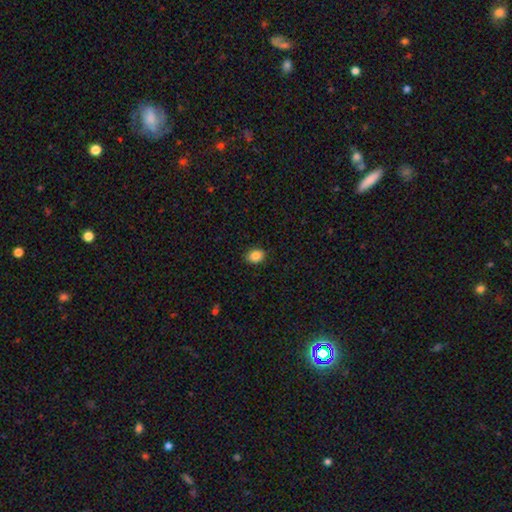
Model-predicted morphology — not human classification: Q: Smooth or featured?
A: smooth (87%); runner-up: star or artifact (9%)
Q: How rounded?
A: in between (61%); runner-up: round (38%)
Q: Merging?
A: none (88%); runner-up: minor disturbance (9%)